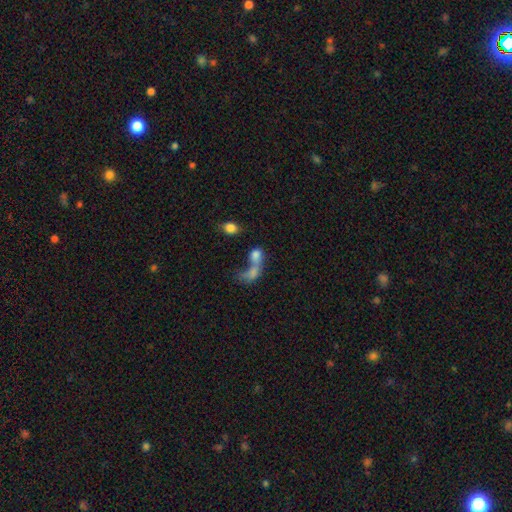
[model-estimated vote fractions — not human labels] This is likely a smooth galaxy (65%). How rounded: possibly in between (57%). Merging: likely merger (61%).